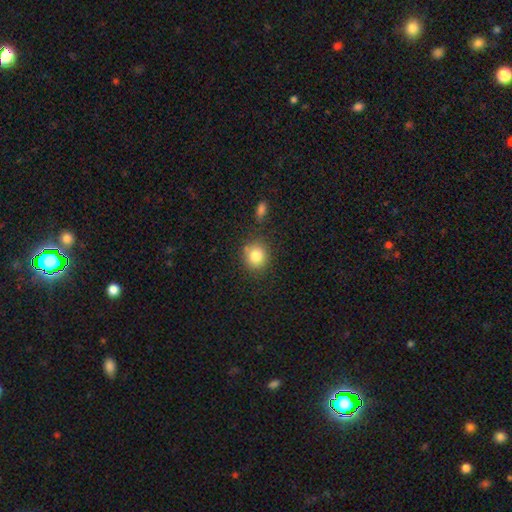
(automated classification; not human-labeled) smooth_or_featured: smooth (p=0.82) [alt: star or artifact p=0.10]
how_rounded: round (p=0.83) [alt: in between p=0.16]
merging: none (p=0.79) [alt: minor disturbance p=0.12]